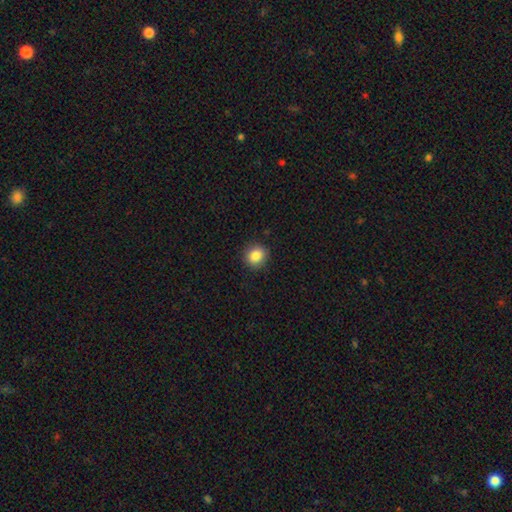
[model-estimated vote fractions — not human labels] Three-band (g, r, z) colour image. It shows a smooth galaxy with no disk features (85%) that is round (83%). Merging: none (90%).